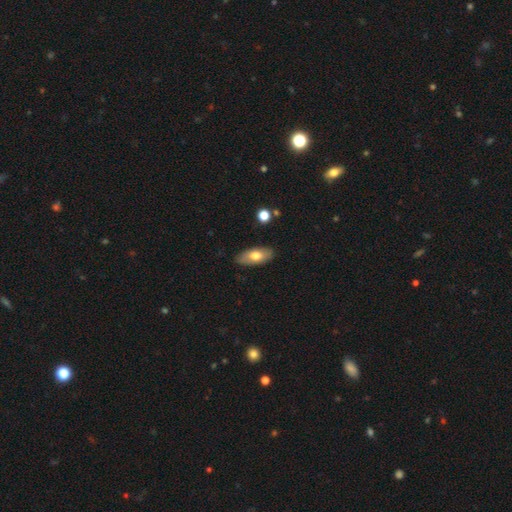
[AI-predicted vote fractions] Q: Smooth or featured?
A: smooth (70%); runner-up: featured or disk (24%)
Q: How rounded?
A: in between (86%); runner-up: cigar-shaped (11%)
Q: Merging?
A: none (86%); runner-up: minor disturbance (10%)